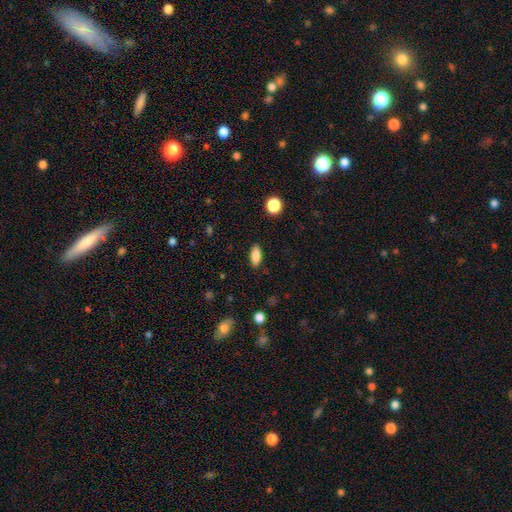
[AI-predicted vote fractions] This is clearly a smooth galaxy (84%). How rounded: likely in between (79%). Merging: clearly none (88%).